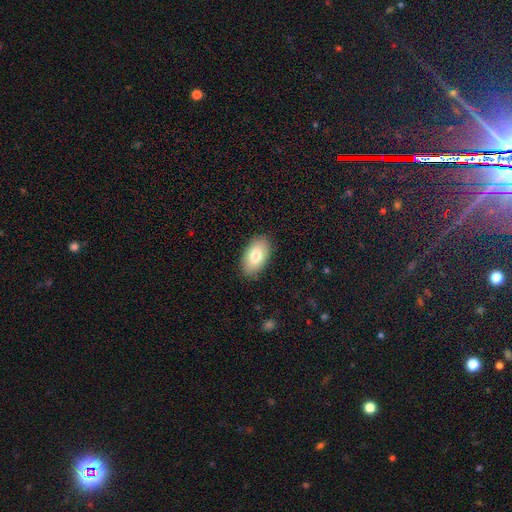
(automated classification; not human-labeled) smooth 81%, featured or disk 13%, star or artifact 6%. Down the decision tree: how rounded — in between (95%); merging — none (87%).